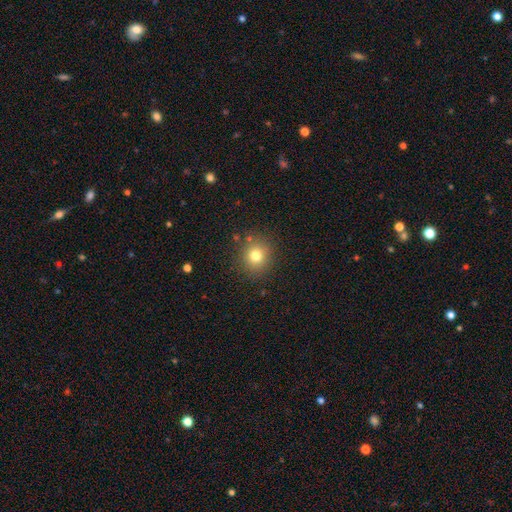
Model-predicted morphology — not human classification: smooth_or_featured: smooth (p=0.77) [alt: star or artifact p=0.14]
how_rounded: round (p=0.86) [alt: in between p=0.13]
merging: none (p=0.86) [alt: minor disturbance p=0.08]